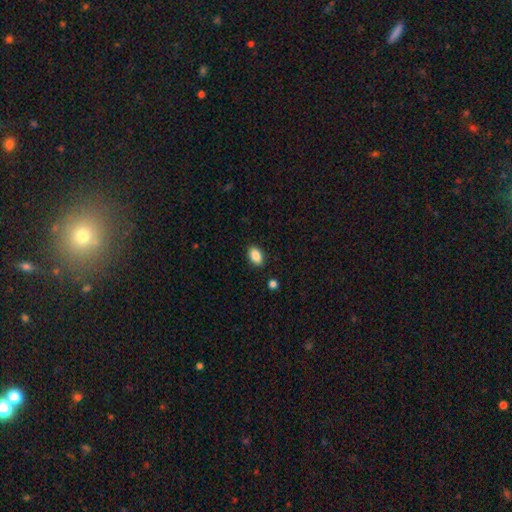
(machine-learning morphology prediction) This appears to be a smooth galaxy with no disk features (89%) that is in between round and cigar-shaped (90%). Merging: none (89%).